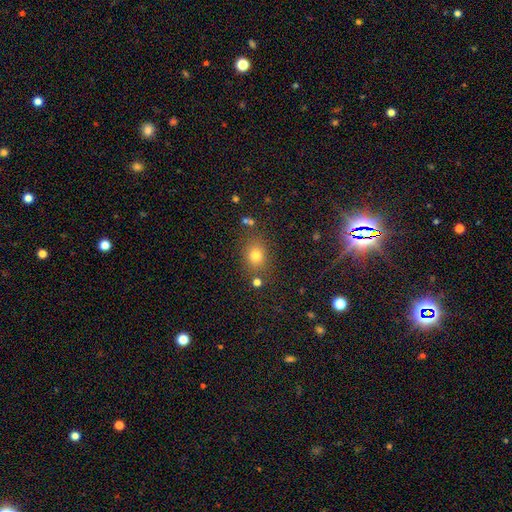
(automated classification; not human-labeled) This is likely a smooth galaxy (77%). How rounded: likely round (64%). Merging: likely none (78%).